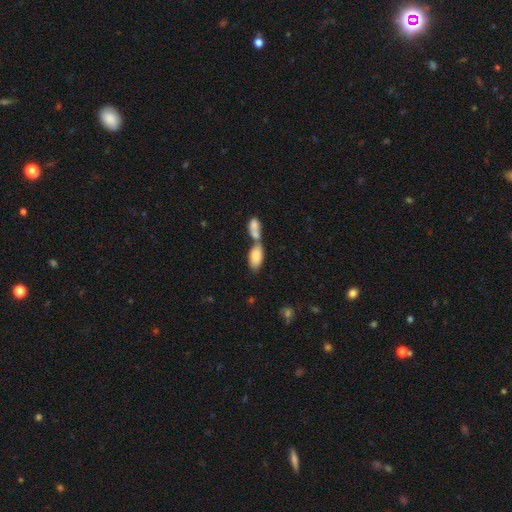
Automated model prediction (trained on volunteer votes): The model was most divided on "merging": merger: 67%, none: 22%, minor disturbance: 7%, major disturbance: 4%. More confident: how rounded — in between (89%); smooth or featured — smooth (80%).